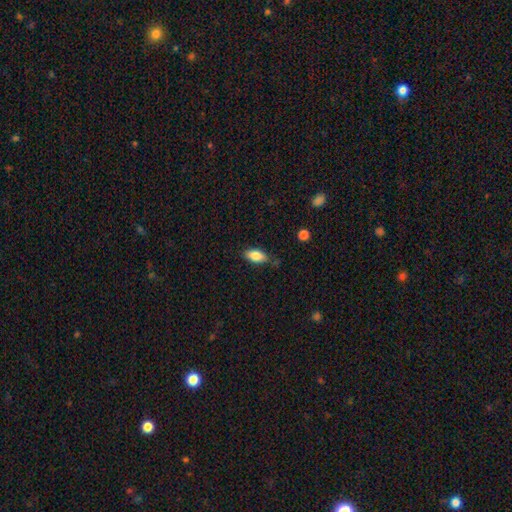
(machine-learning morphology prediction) This appears to be a smooth galaxy with no disk features (83%) that is in between round and cigar-shaped (89%). Merging: none (73%).